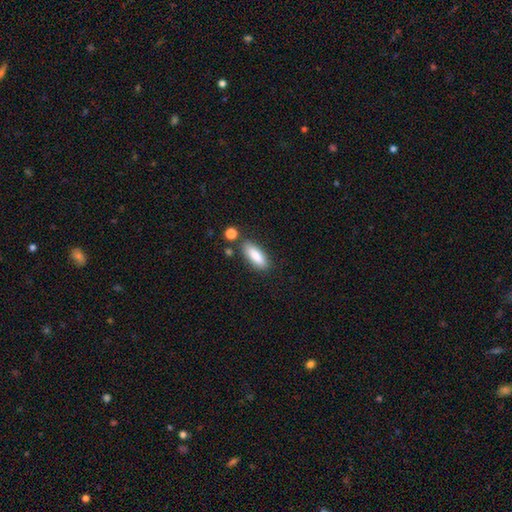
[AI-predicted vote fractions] This is clearly a smooth galaxy (83%). How rounded: likely in between (69%). Merging: likely none (77%).